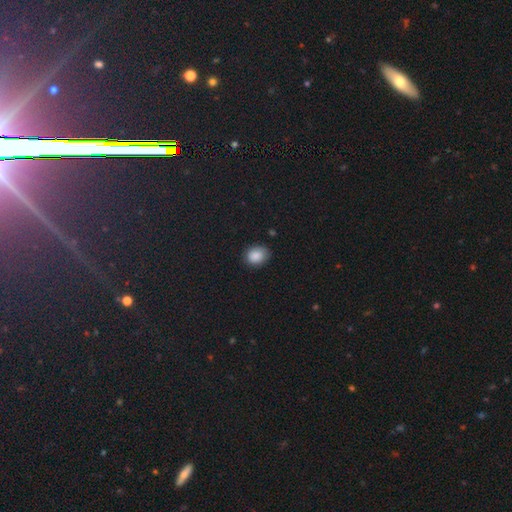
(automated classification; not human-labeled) smooth_or_featured: smooth (p=0.87) [alt: star or artifact p=0.09]
how_rounded: round (p=0.51) [alt: in between p=0.48]
merging: none (p=0.80) [alt: minor disturbance p=0.16]